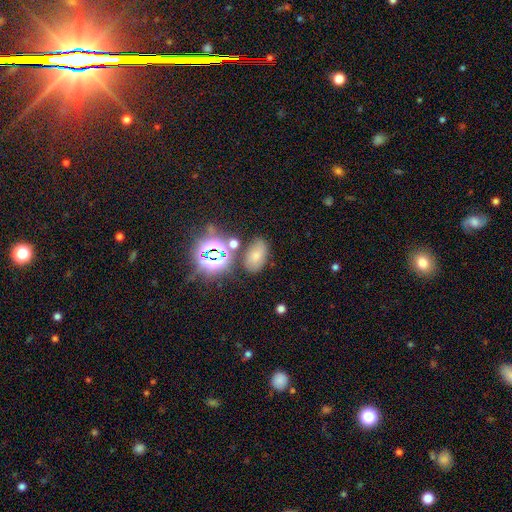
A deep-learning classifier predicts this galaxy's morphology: Smooth or featured? Predicted: smooth (p=0.61). How rounded? Predicted: in between (p=0.82). Merging? Predicted: none (p=0.73).